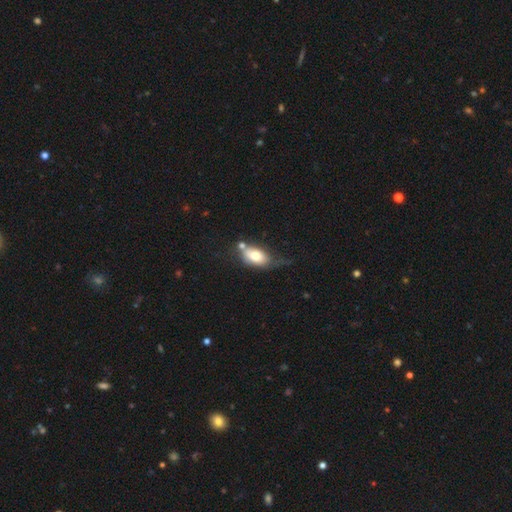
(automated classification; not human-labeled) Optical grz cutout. It shows a smooth galaxy with no disk features (69%) that is in between round and cigar-shaped (87%). Merging: none (38%).